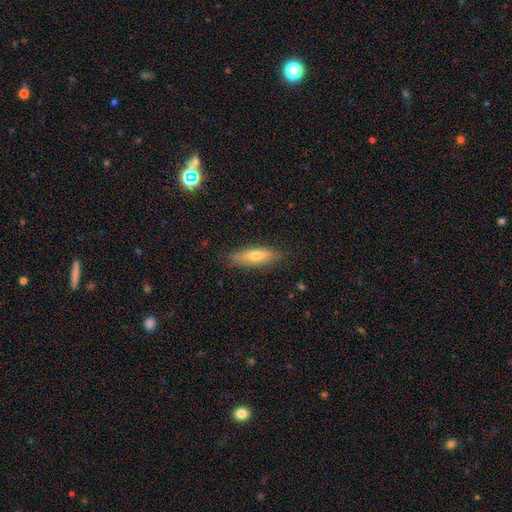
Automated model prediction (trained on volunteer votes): Smooth or featured? Predicted: smooth (p=0.59). How rounded? Predicted: cigar-shaped (p=0.66). Merging? Predicted: none (p=0.86).